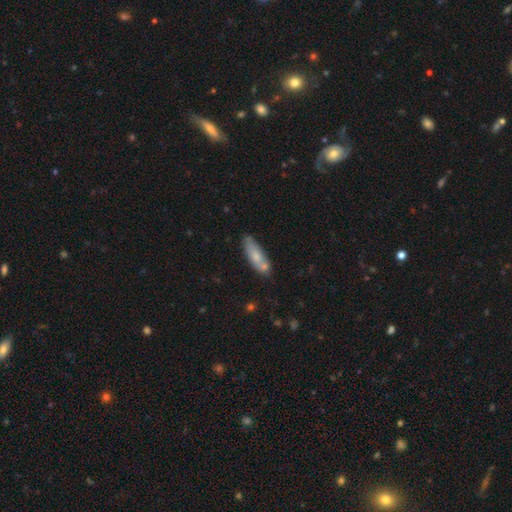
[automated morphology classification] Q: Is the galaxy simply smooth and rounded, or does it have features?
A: smooth — 71%.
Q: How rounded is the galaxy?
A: cigar-shaped — 53%.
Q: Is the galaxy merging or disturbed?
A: none — 63%.